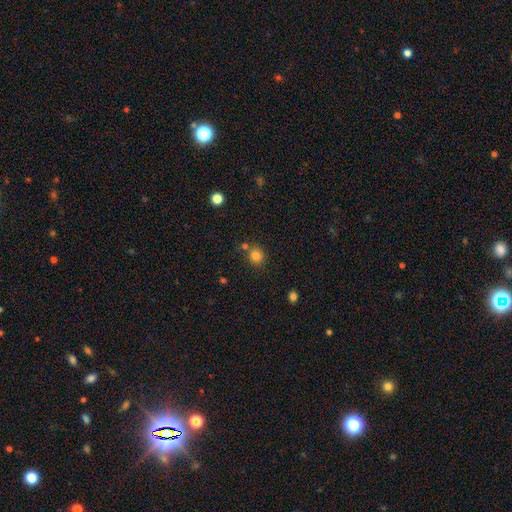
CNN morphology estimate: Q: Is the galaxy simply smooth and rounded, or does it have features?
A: smooth — 82%.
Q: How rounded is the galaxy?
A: round — 84%.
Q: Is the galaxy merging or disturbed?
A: none — 73%.